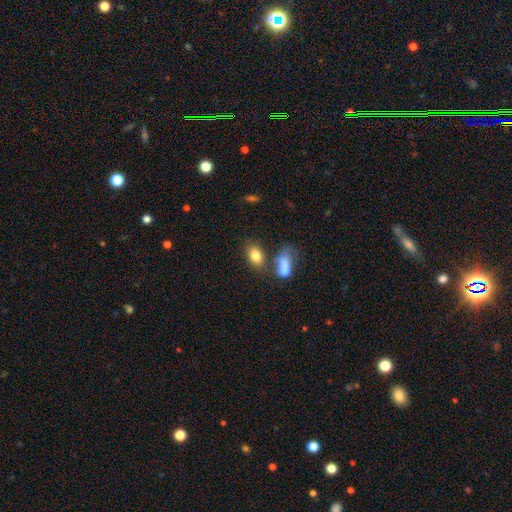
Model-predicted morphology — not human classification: The model was most divided on "merging": none: 56%, merger: 24%, minor disturbance: 13%, major disturbance: 7%. More confident: how rounded — in between (83%); smooth or featured — smooth (81%).